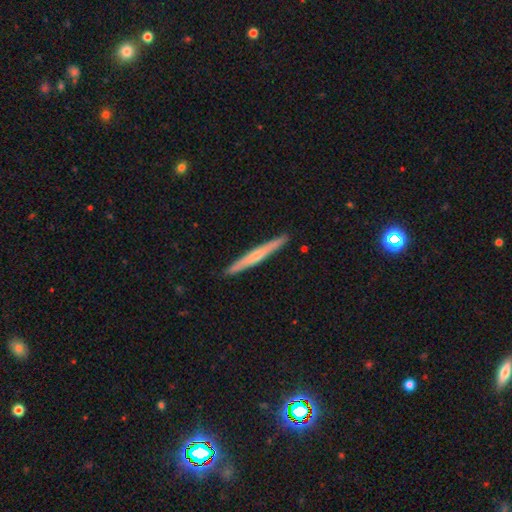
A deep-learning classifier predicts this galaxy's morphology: Smooth or featured: featured or disk — 49% (smooth — 46%)
Merging: none — 92% (minor disturbance — 6%)